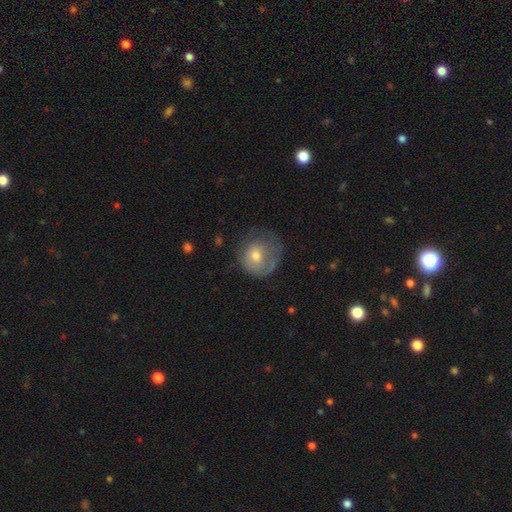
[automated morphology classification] A smooth galaxy with no disk features (59%) that is round (81%).

Vote fractions:
- Smooth or featured? smooth: 59% / featured or disk: 33% / star or artifact: 8%
- How rounded? round: 81% / in between: 18% / cigar-shaped: 1%
- Merging? none: 40% / major disturbance: 31% / minor disturbance: 26% / merger: 2%